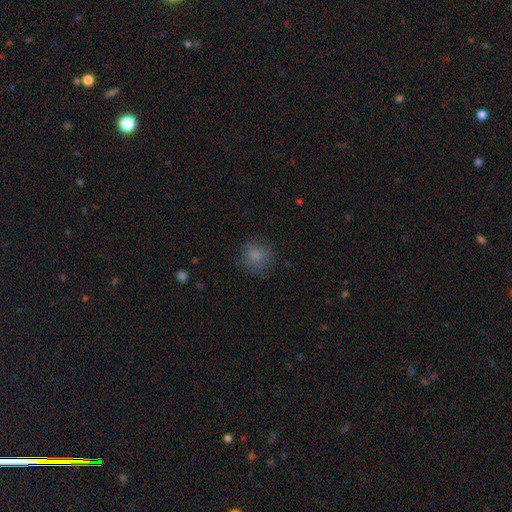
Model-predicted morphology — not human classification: Q: Smooth or featured?
A: smooth (81%); runner-up: star or artifact (12%)
Q: How rounded?
A: round (87%); runner-up: in between (12%)
Q: Merging?
A: none (79%); runner-up: minor disturbance (14%)